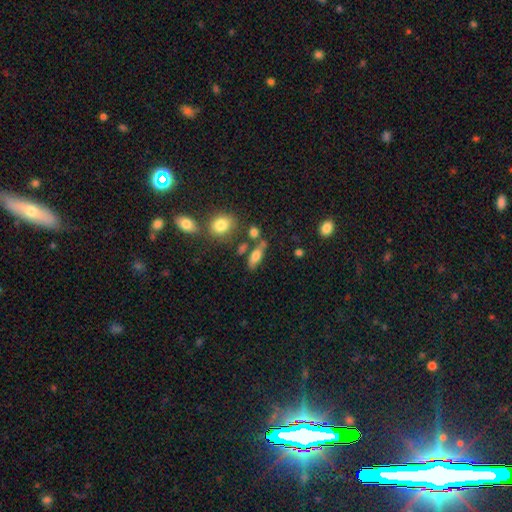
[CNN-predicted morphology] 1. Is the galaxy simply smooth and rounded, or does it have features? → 69% smooth, 21% featured or disk, 10% star or artifact.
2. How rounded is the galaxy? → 67% in between, 27% cigar-shaped, 7% round.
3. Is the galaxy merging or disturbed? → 63% none, 16% merger, 15% minor disturbance, 6% major disturbance.